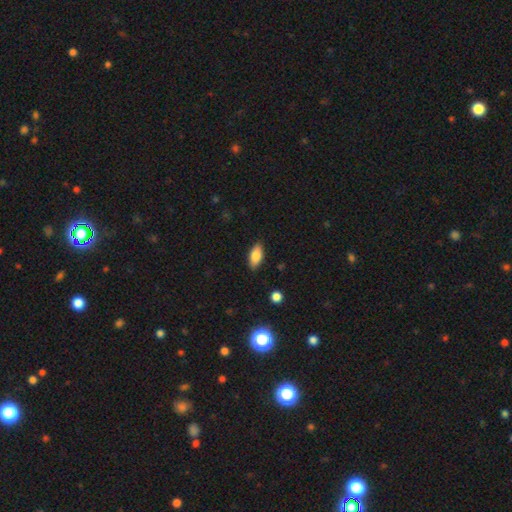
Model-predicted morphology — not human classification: Smooth or featured: smooth — 83% (featured or disk — 10%)
How rounded: in between — 87% (cigar-shaped — 10%)
Merging: none — 87% (minor disturbance — 9%)